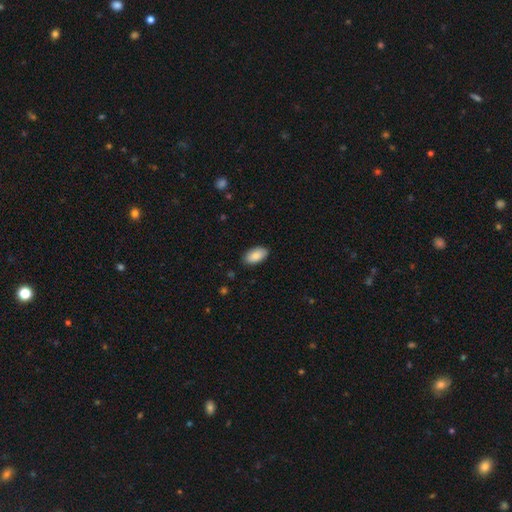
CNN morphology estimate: The model was most divided on "merging": none: 86%, minor disturbance: 10%, major disturbance: 2%, merger: 1%. More confident: how rounded — in between (95%); smooth or featured — smooth (86%).